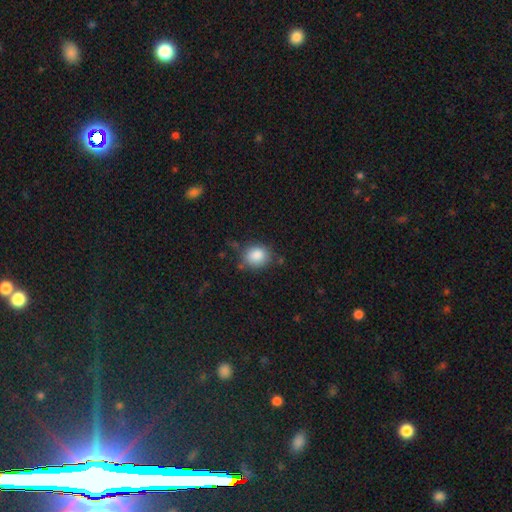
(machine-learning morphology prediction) Smooth or featured? smooth (86%)
How rounded? round (70%)
Merging? none (74%)